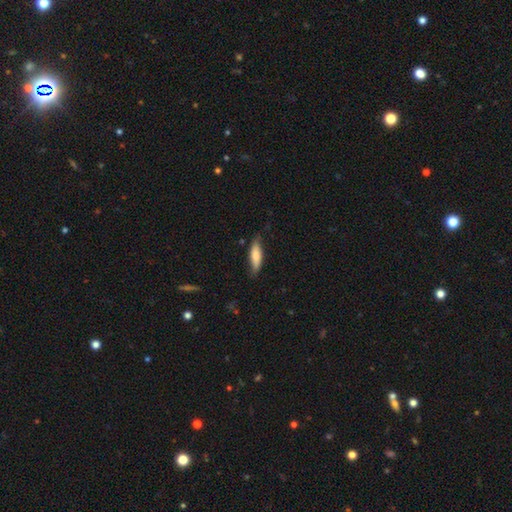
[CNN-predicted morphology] This appears to be a smooth galaxy with no disk features (71%) that is cigar-shaped (59%). Merging: none (71%).